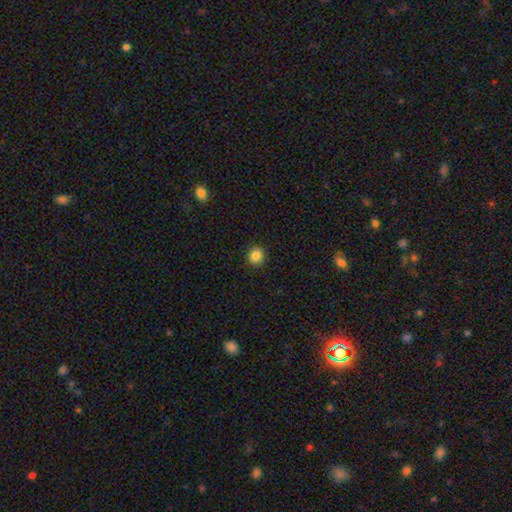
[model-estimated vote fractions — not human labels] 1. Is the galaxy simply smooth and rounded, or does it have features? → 85% smooth, 11% star or artifact, 4% featured or disk.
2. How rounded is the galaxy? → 89% round, 10% in between, 1% cigar-shaped.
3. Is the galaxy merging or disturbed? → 92% none, 5% minor disturbance, 2% major disturbance, 1% merger.